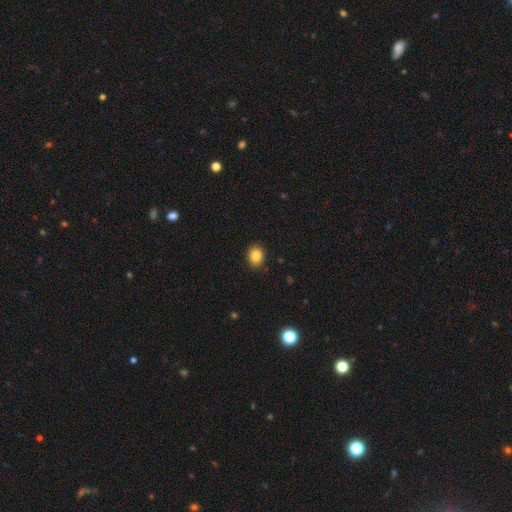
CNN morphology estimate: Smooth or featured? smooth (87%)
How rounded? in between (52%)
Merging? none (89%)